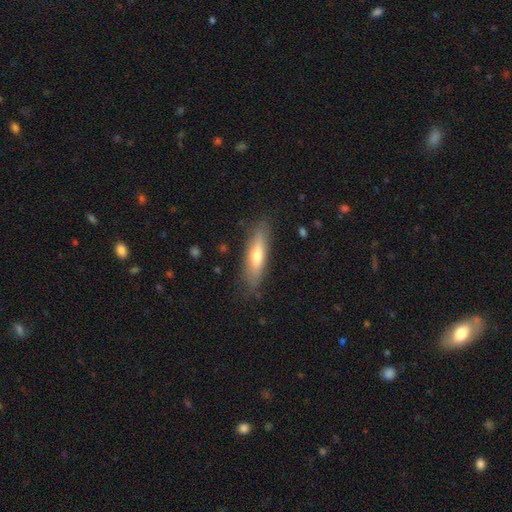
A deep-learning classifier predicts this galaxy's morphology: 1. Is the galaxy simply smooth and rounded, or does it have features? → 56% smooth, 38% featured or disk, 6% star or artifact.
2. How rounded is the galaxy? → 68% cigar-shaped, 30% in between, 2% round.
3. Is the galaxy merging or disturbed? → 83% none, 12% minor disturbance, 3% major disturbance, 1% merger.